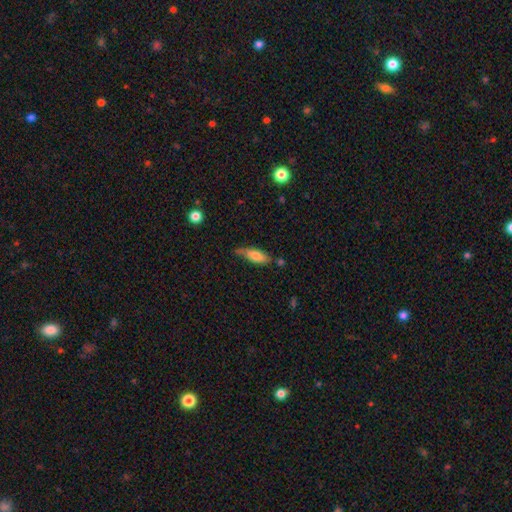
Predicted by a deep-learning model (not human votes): This appears to be a smooth galaxy with no disk features (71%) that is in between round and cigar-shaped (55%). Merging: none (54%).